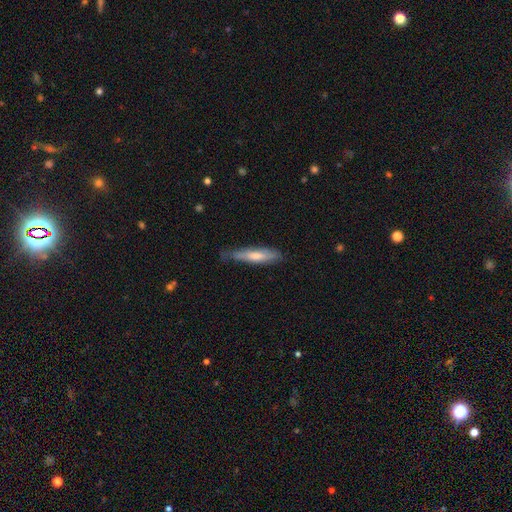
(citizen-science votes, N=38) Smooth or featured? smooth (45%, tied with featured or disk)
How rounded? cigar-shaped (88%)
Merging? none (62%)